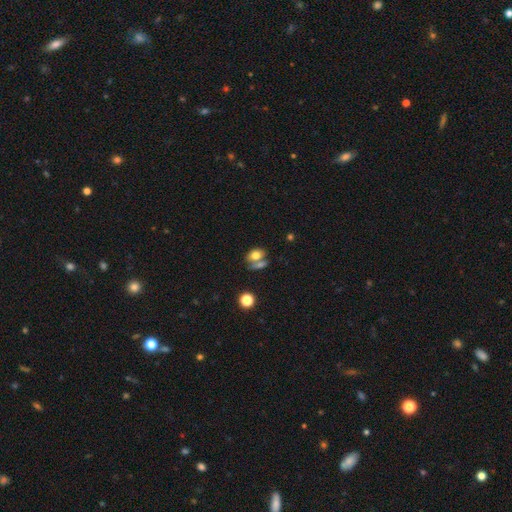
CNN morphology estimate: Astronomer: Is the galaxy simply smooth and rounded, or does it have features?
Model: smooth — 74%.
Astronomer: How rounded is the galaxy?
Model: in between — 68%.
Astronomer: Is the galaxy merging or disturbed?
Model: merger — 44% (runner-up: none, 38%).